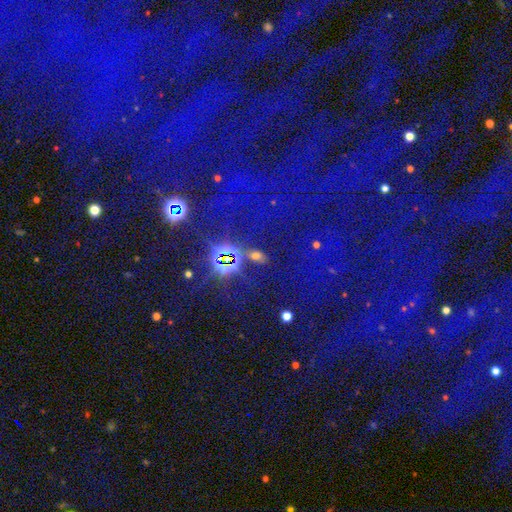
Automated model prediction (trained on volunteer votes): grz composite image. It shows a star or artifact, not a galaxy (52%).